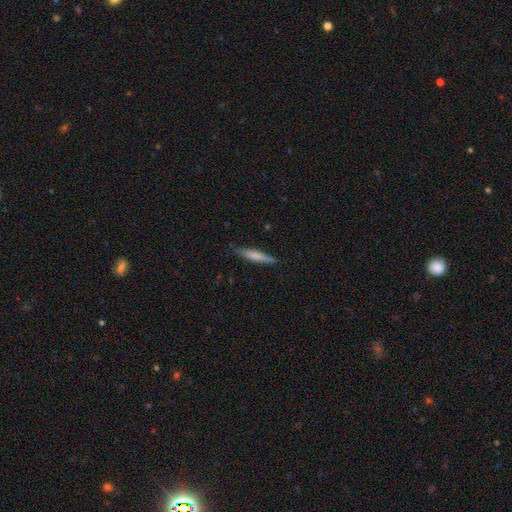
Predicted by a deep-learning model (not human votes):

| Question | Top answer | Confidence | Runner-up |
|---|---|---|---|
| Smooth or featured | smooth | 63% | featured or disk (31%) |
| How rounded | cigar-shaped | 91% | in between (7%) |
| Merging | none | 85% | minor disturbance (12%) |